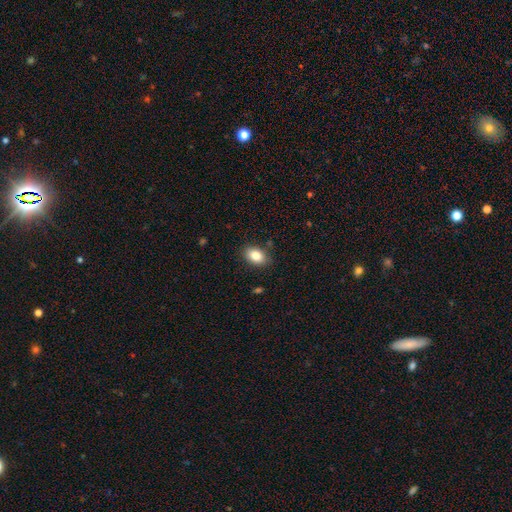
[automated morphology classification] smooth_or_featured: smooth (p=0.84) [alt: star or artifact p=0.08]
how_rounded: in between (p=0.85) [alt: round p=0.14]
merging: none (p=0.85) [alt: minor disturbance p=0.11]